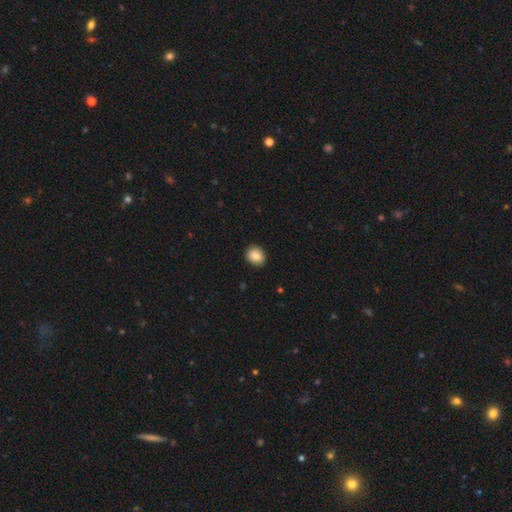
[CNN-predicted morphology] Smooth or featured? Predicted: smooth (p=0.86). How rounded? Predicted: round (p=0.72). Merging? Predicted: none (p=0.91).